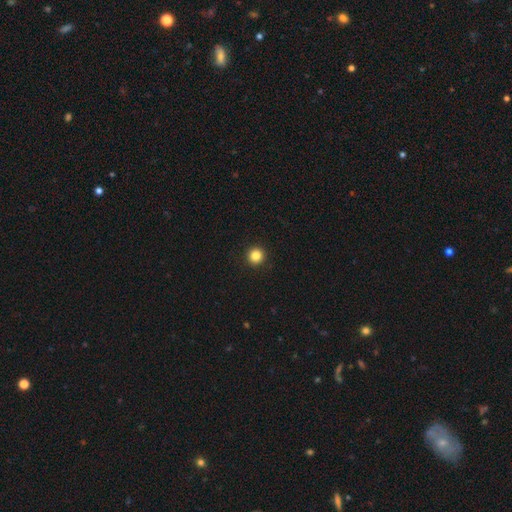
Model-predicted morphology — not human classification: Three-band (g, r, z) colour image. It shows a smooth galaxy with no disk features (85%) that is round (96%). Merging: none (94%).